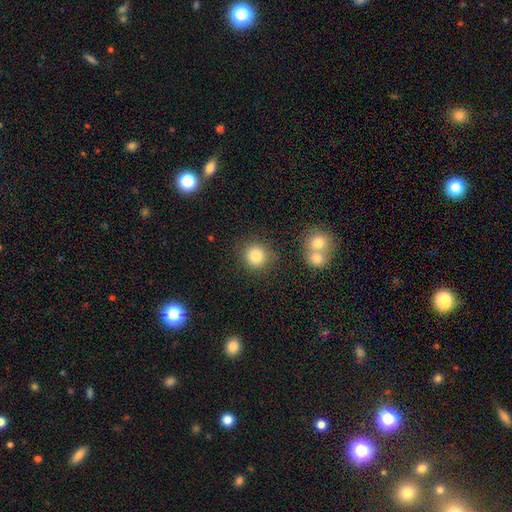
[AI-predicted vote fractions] Smooth or featured? Predicted: smooth (p=0.83). How rounded? Predicted: round (p=0.90). Merging? Predicted: none (p=0.79).